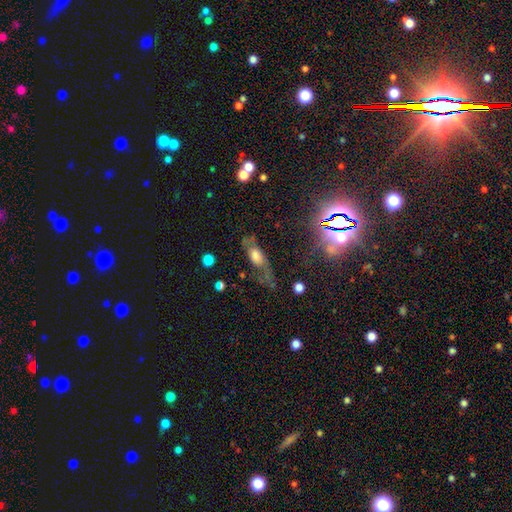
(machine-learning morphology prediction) Smooth or featured: smooth — 47% (featured or disk — 41%)
Merging: none — 45% (major disturbance — 26%)